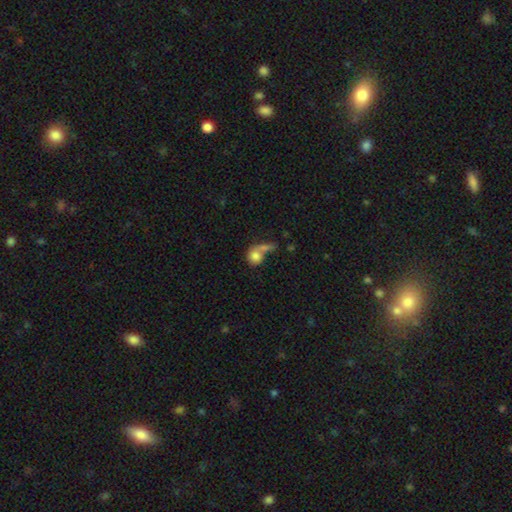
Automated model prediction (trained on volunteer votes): Smooth or featured: smooth — 75% (featured or disk — 16%)
How rounded: round — 72% (in between — 25%)
Merging: merger — 50% (none — 25%)